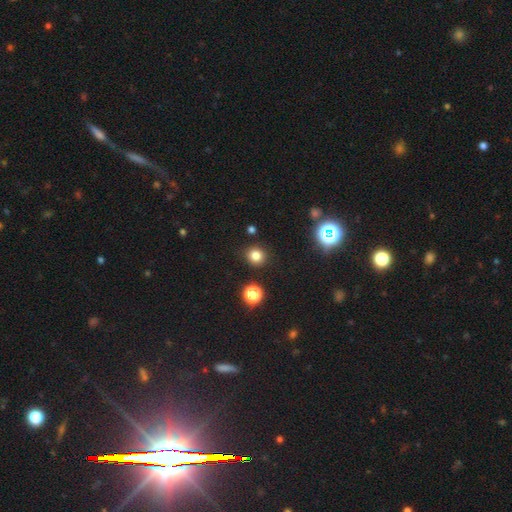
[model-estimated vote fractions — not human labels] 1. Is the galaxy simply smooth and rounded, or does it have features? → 79% smooth, 16% star or artifact, 5% featured or disk.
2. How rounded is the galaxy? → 88% round, 11% in between, 1% cigar-shaped.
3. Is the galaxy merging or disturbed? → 88% none, 7% minor disturbance, 3% merger, 2% major disturbance.